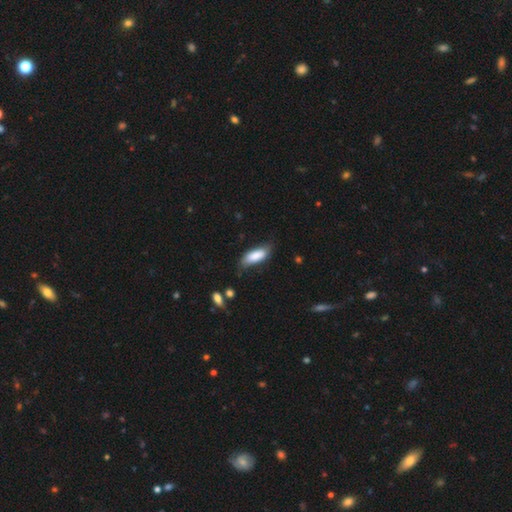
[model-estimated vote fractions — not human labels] This appears to be a smooth galaxy with no disk features (83%) that is in between round and cigar-shaped (73%). Merging: none (64%).